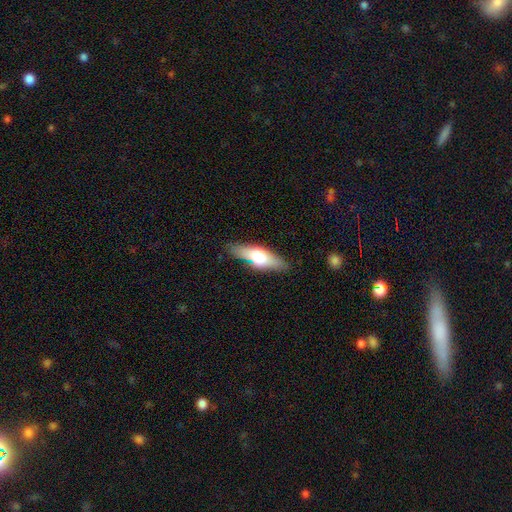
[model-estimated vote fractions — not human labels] Overall: smooth (57%; featured or disk 37%). How rounded: in between (52%; cigar-shaped 45%). Merging: none (84%).